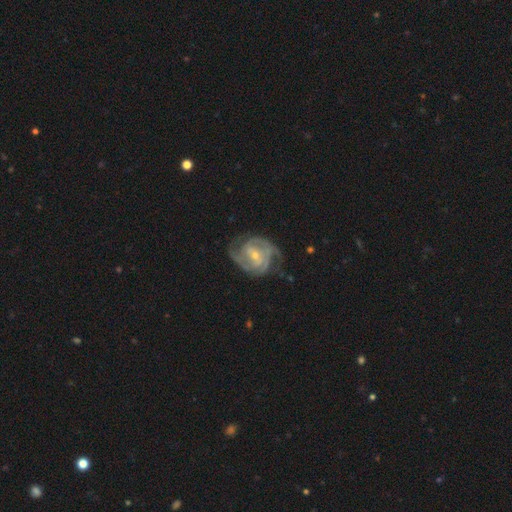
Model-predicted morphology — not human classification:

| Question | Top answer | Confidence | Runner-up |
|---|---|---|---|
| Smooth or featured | featured or disk | 90% | smooth (6%) |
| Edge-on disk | no | 98% | yes (2%) |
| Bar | weak | 43% | no (38%) |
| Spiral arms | yes | 97% | no (3%) |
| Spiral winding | tight | 46% | medium (44%) |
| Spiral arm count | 2 | 48% | 3 (25%) |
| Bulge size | small | 64% | moderate (33%) |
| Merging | none | 68% | minor disturbance (20%) |